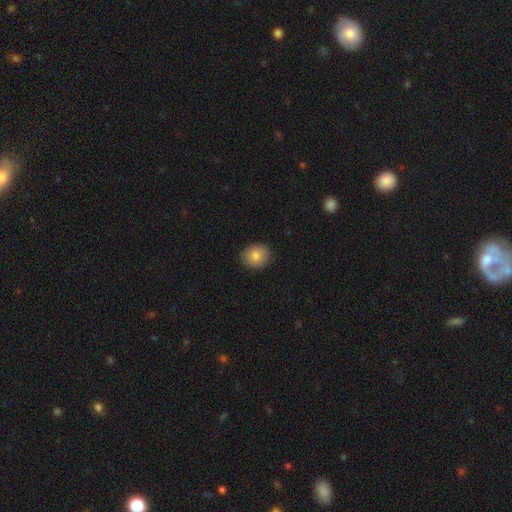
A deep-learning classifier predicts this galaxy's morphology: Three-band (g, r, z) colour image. It shows a smooth galaxy with no disk features (84%) that is round (70%). Merging: none (87%).